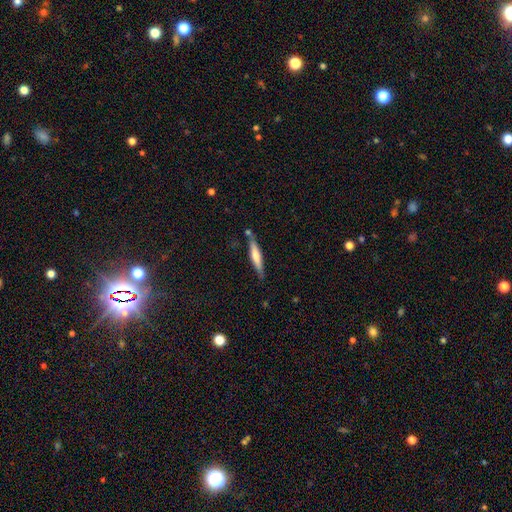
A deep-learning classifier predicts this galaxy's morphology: The model was most divided on "smooth or featured": smooth: 49%, featured or disk: 45%, star or artifact: 6%. More confident: merging — none (79%).